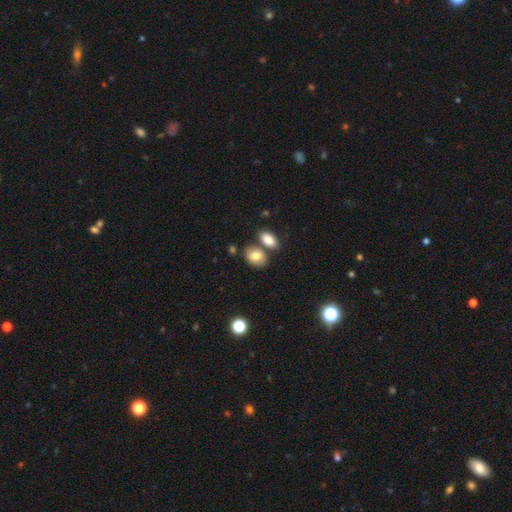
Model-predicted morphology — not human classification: This is clearly a smooth galaxy (80%). How rounded: likely in between (77%). Merging: possibly none (58%).